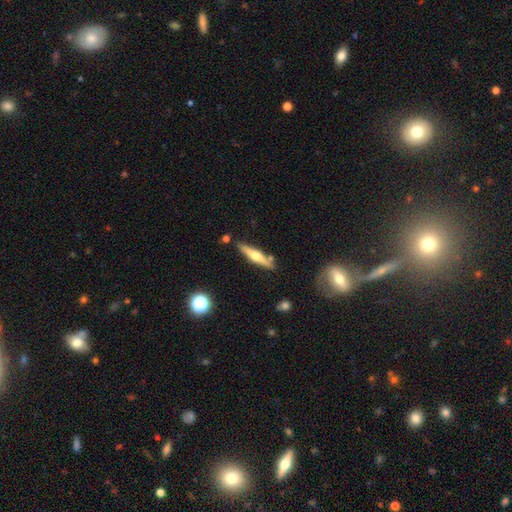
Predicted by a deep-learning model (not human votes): A featured or disk galaxy (59%) viewed edge-on (96%) with a rounded central bulge (91%).

Vote fractions:
- Smooth or featured? featured or disk: 59% / smooth: 35% / star or artifact: 6%
- Edge-on disk? yes: 96% / no: 4%
- Edge-on bulge? rounded: 91% / boxy: 5% / none: 4%
- Merging? none: 82% / minor disturbance: 10% / merger: 5% / major disturbance: 2%